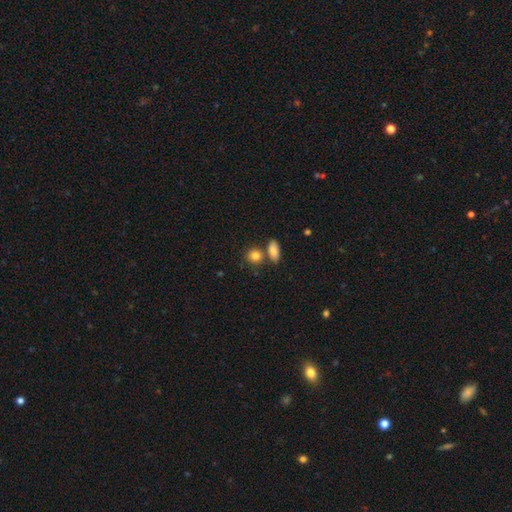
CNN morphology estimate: smooth-or-featured: smooth: 84% | star or artifact: 9% | featured or disk: 7%
  how-rounded: round: 63% | in between: 34% | cigar-shaped: 3%
  merging: none: 62% | merger: 24% | minor disturbance: 10% | major disturbance: 3%